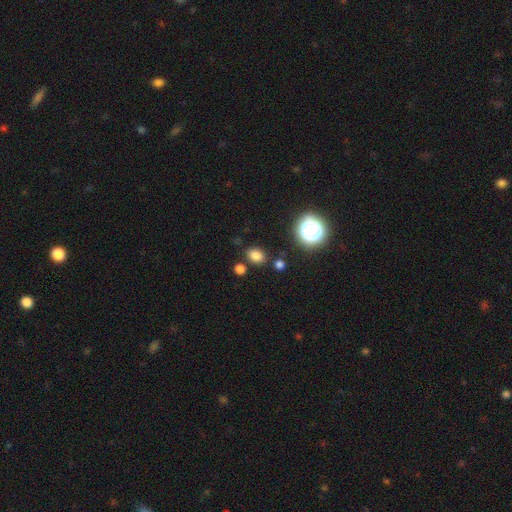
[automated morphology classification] This is likely a smooth galaxy (78%). How rounded: possibly in between (58%). Merging: clearly none (82%).